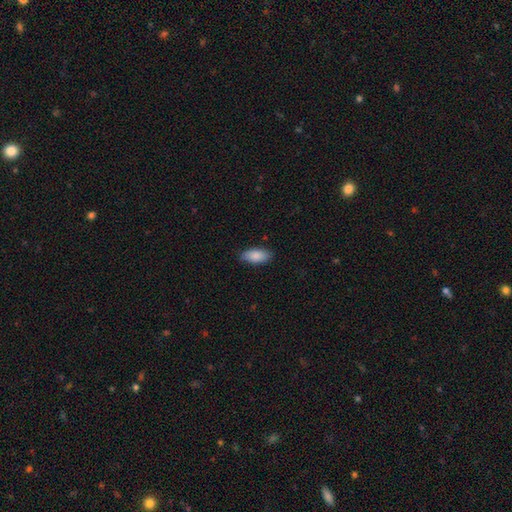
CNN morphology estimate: A smooth galaxy with no disk features (87%) that is in between round and cigar-shaped (90%). Merging: none (85%).